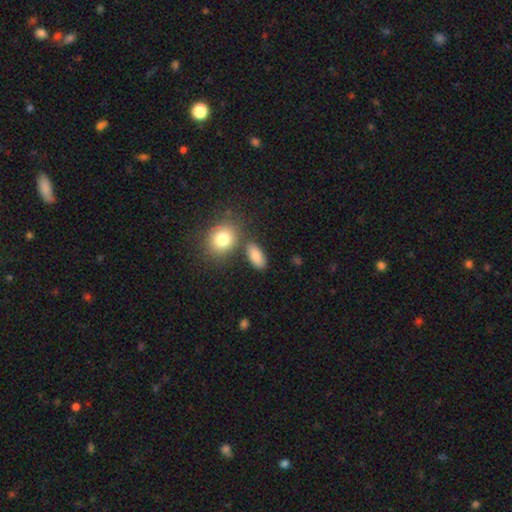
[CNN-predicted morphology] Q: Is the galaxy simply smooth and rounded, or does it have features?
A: smooth — 85%.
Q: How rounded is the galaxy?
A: in between — 86%.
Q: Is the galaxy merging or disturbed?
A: none — 74%.